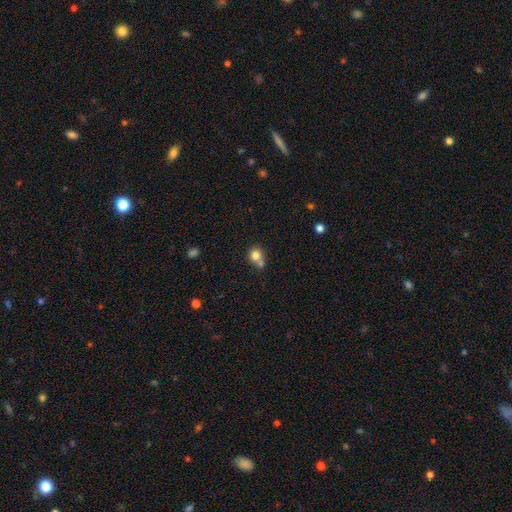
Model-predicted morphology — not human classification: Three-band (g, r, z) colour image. It shows a smooth galaxy with no disk features (79%) that is round (82%). Merging: merger (43%, tied with none).